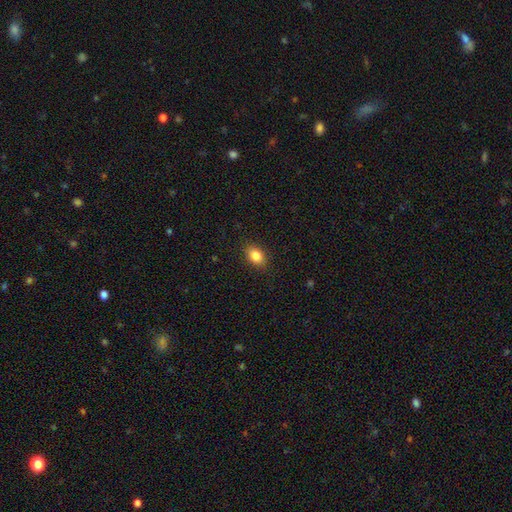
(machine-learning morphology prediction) Smooth or featured: smooth — 85% (star or artifact — 9%)
How rounded: in between — 79% (round — 19%)
Merging: none — 88% (minor disturbance — 9%)